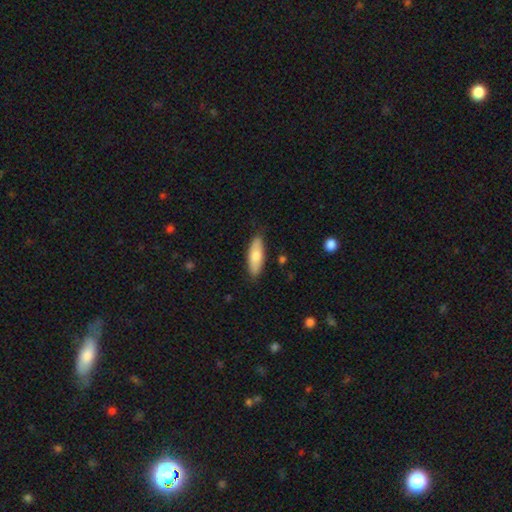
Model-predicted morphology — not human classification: The model was most divided on "how rounded": in between: 62%, cigar-shaped: 36%, round: 2%. More confident: merging — none (84%); smooth or featured — smooth (73%).